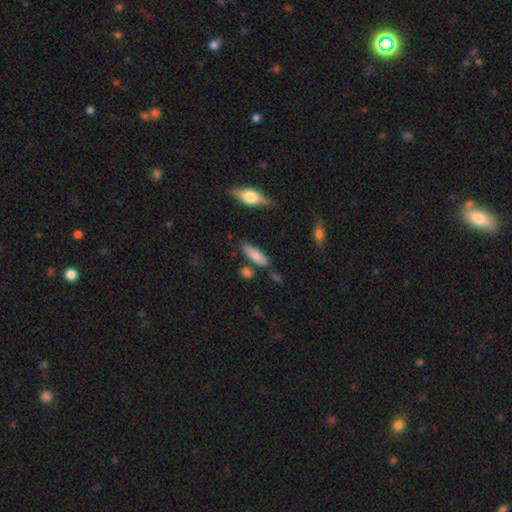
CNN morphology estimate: Smooth or featured?
  - smooth: 81% *
  - featured or disk: 11%
  - star or artifact: 7%
How rounded?
  - in between: 50% *
  - cigar-shaped: 48%
  - round: 3%
Merging?
  - none: 75% *
  - minor disturbance: 14%
  - merger: 7%
  - major disturbance: 3%